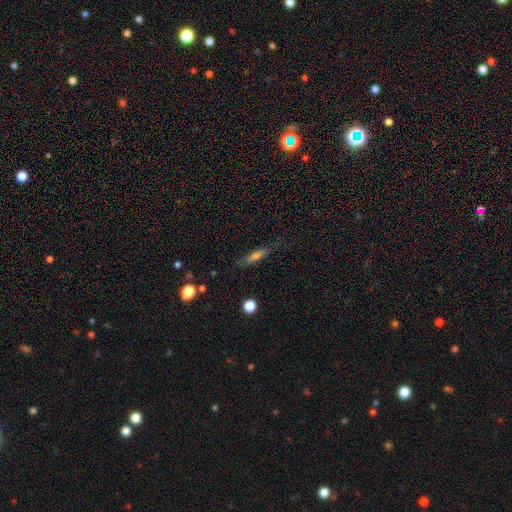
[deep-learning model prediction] The model was most divided on "smooth or featured": smooth: 57%, featured or disk: 30%, star or artifact: 12%. More confident: merging — none (76%); how rounded — cigar-shaped (75%).